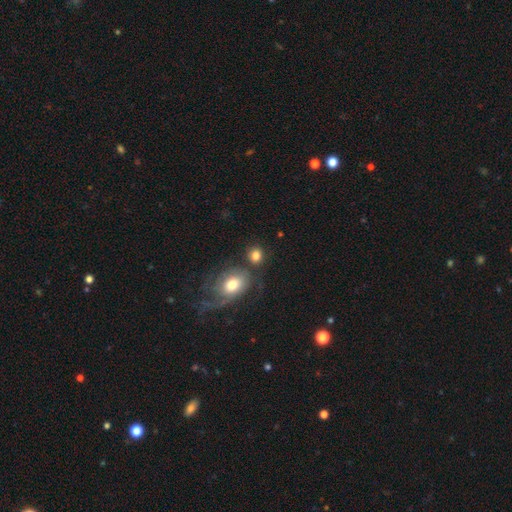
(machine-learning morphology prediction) smooth 80%, featured or disk 11%, star or artifact 9%. Down the decision tree: how rounded — round (68%); merging — none (64%).